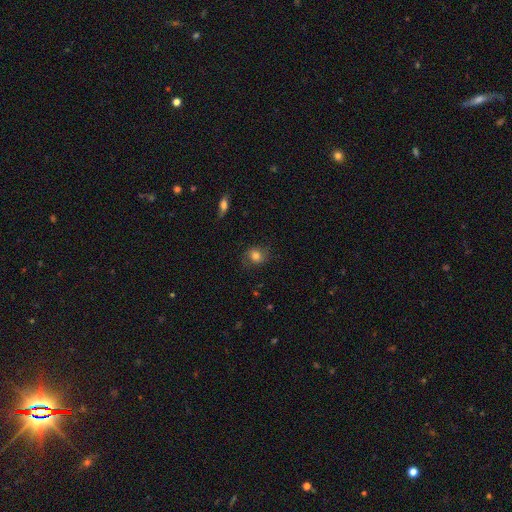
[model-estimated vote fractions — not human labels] smooth-or-featured: smooth: 73% | featured or disk: 16% | star or artifact: 10%
  how-rounded: round: 60% | in between: 38% | cigar-shaped: 1%
  merging: none: 71% | minor disturbance: 20% | major disturbance: 9% | merger: 1%